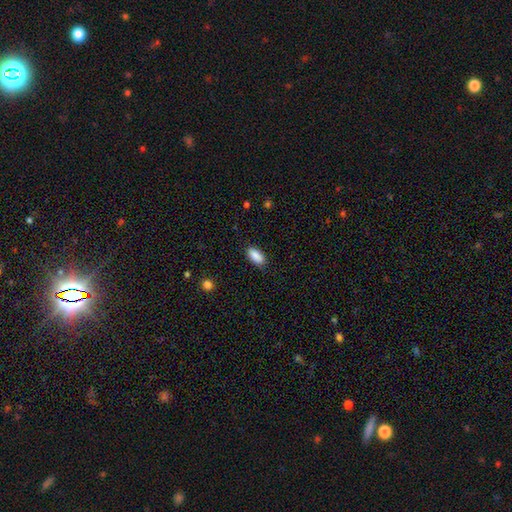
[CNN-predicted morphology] Q: Smooth or featured?
A: smooth (89%); runner-up: star or artifact (7%)
Q: How rounded?
A: in between (87%); runner-up: cigar-shaped (10%)
Q: Merging?
A: none (87%); runner-up: minor disturbance (9%)